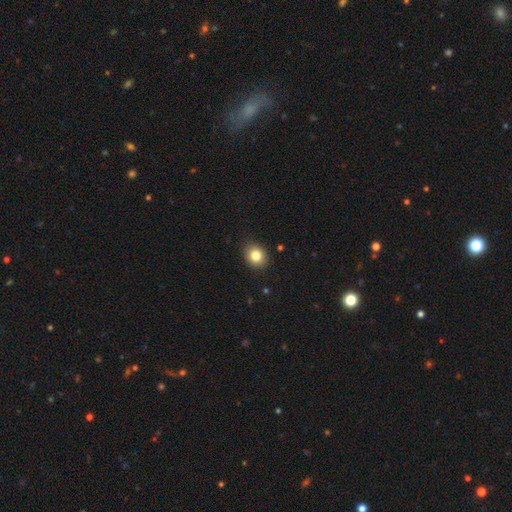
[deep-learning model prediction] A smooth galaxy with no disk features (83%) that is round (63%). Merging: none (88%).